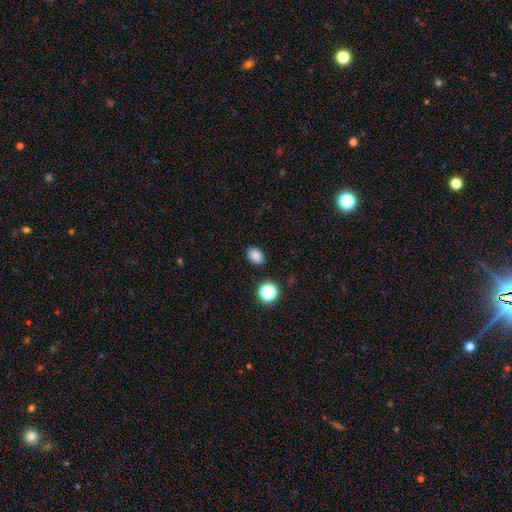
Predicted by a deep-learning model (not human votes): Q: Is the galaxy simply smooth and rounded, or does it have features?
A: smooth — 84%.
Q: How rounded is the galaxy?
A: in between — 76%.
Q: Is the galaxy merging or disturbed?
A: none — 88%.